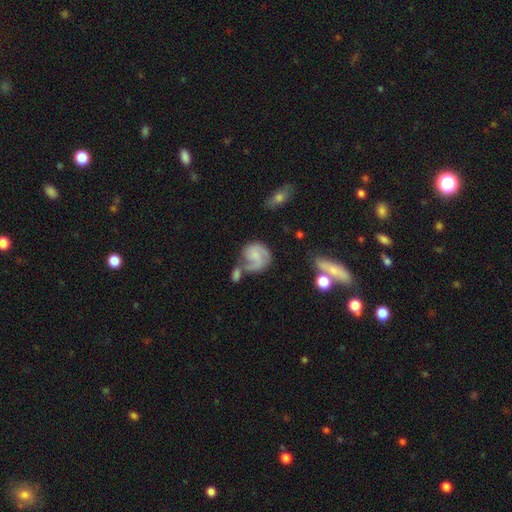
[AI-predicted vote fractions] Smooth or featured?
  - featured or disk: 62% *
  - smooth: 31%
  - star or artifact: 7%
Edge-on disk?
  - no: 98% *
  - yes: 2%
Bar?
  - no: 62% *
  - weak: 32%
  - strong: 6%
Spiral arms?
  - yes: 88% *
  - no: 12%
Spiral winding?
  - medium: 42% *
  - tight: 35%
  - loose: 23%
Spiral arm count?
  - 2: 55% *
  - 1: 22%
  - can't tell: 13%
  - 3: 7%
  - 4: 2%
  - more than 4: 2%
Bulge size?
  - none: 42% *
  - small: 38%
  - moderate: 15%
  - large: 3%
  - dominant: 2%
Merging?
  - none: 37% *
  - merger: 25%
  - minor disturbance: 20%
  - major disturbance: 18%